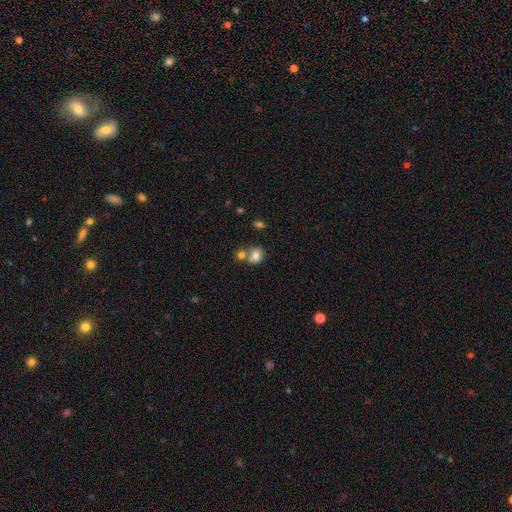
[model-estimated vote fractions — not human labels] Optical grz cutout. It shows a smooth galaxy with no disk features (77%) that is round (71%). Merging: none (43%, tied with merger).